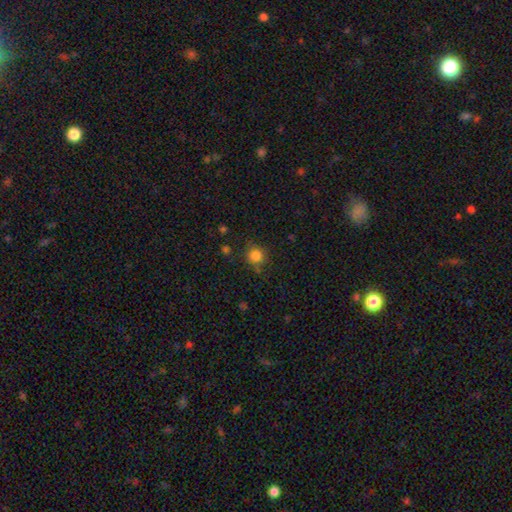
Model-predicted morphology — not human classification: Smooth or featured? Predicted: smooth (p=0.82). How rounded? Predicted: round (p=0.86). Merging? Predicted: none (p=0.77).